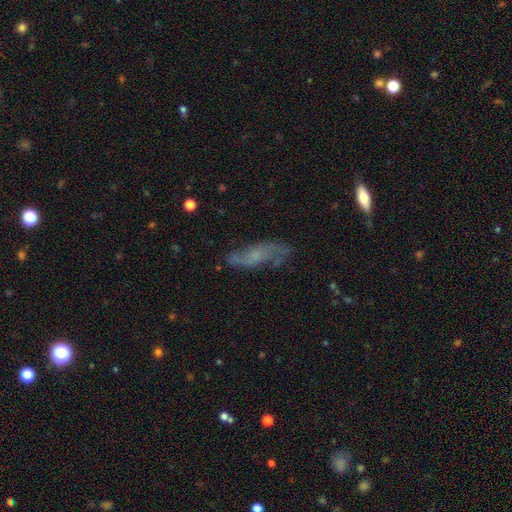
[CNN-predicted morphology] The model was most divided on "smooth or featured": featured or disk: 59%, smooth: 30%, star or artifact: 11%. More confident: edge-on disk — no (76%); merging — none (67%).